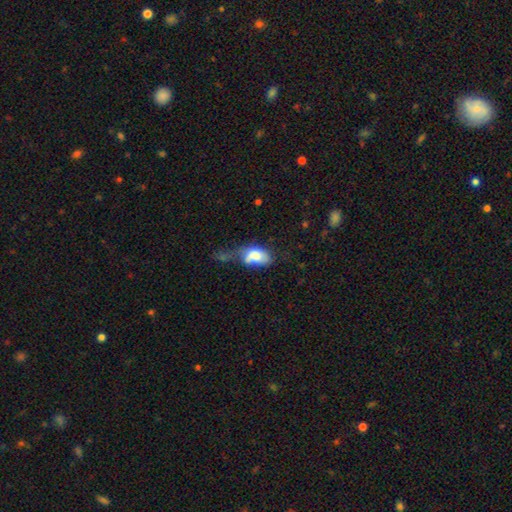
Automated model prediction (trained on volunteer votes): smooth_or_featured: smooth (p=0.71) [alt: featured or disk p=0.21]
how_rounded: in between (p=0.90) [alt: round p=0.08]
merging: major disturbance (p=0.34) [alt: minor disturbance p=0.24]